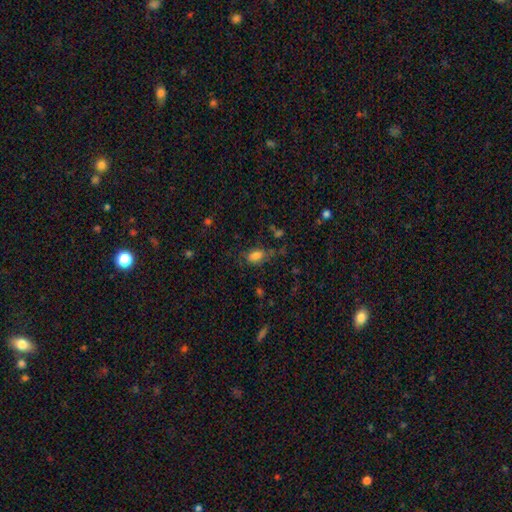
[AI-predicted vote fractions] smooth-or-featured: smooth: 78% | star or artifact: 11% | featured or disk: 11%
  how-rounded: in between: 87% | round: 9% | cigar-shaped: 4%
  merging: none: 60% | minor disturbance: 23% | major disturbance: 13% | merger: 4%